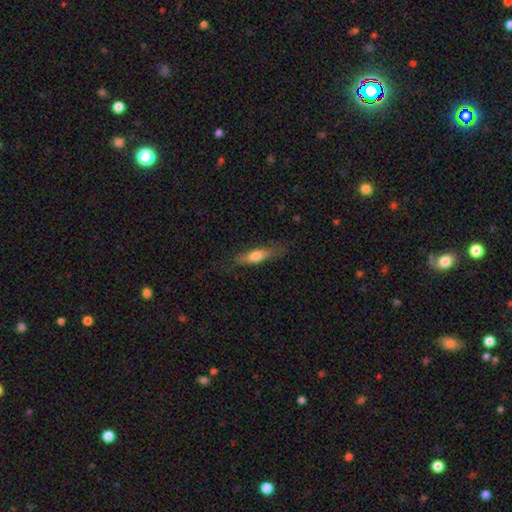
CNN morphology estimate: smooth_or_featured: smooth (p=0.66) [alt: featured or disk p=0.28]
how_rounded: cigar-shaped (p=0.64) [alt: in between p=0.34]
merging: none (p=0.72) [alt: minor disturbance p=0.19]